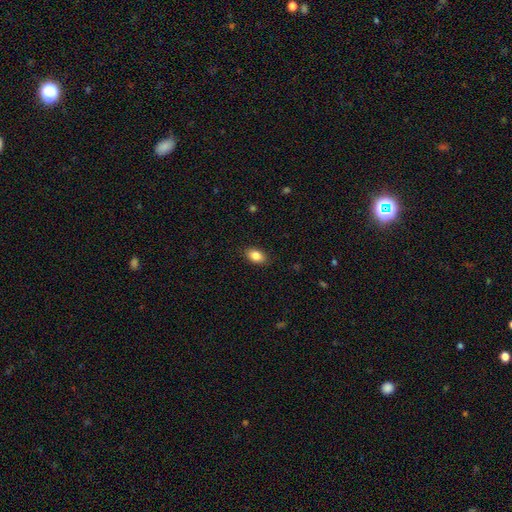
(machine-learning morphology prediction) Smooth or featured? smooth (86%)
How rounded? in between (89%)
Merging? none (88%)